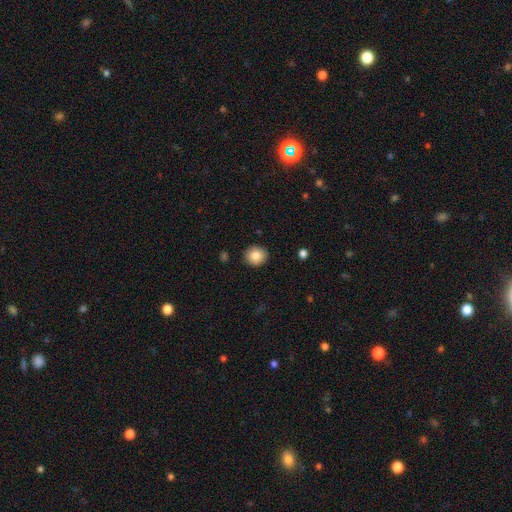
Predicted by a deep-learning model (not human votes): smooth_or_featured: smooth (p=0.84) [alt: star or artifact p=0.09]
how_rounded: round (p=0.84) [alt: in between p=0.15]
merging: none (p=0.90) [alt: minor disturbance p=0.07]